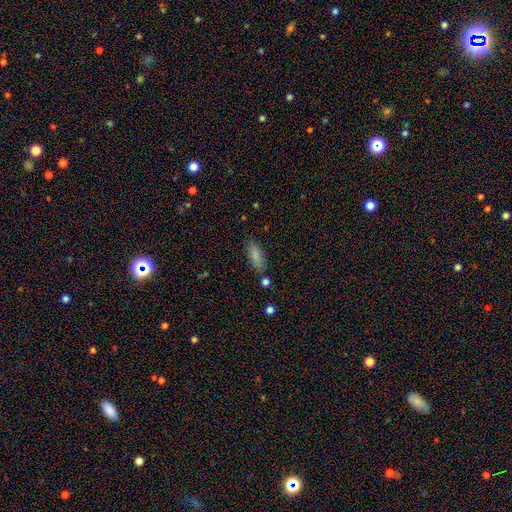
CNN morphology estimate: Smooth or featured? Predicted: smooth (p=0.83). How rounded? Predicted: in between (p=0.74). Merging? Predicted: none (p=0.78).